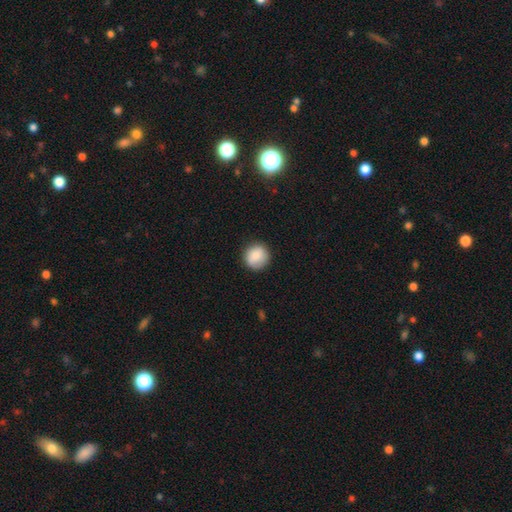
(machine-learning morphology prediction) Q: Smooth or featured?
A: smooth (84%); runner-up: featured or disk (8%)
Q: How rounded?
A: round (93%); runner-up: in between (6%)
Q: Merging?
A: none (86%); runner-up: minor disturbance (11%)